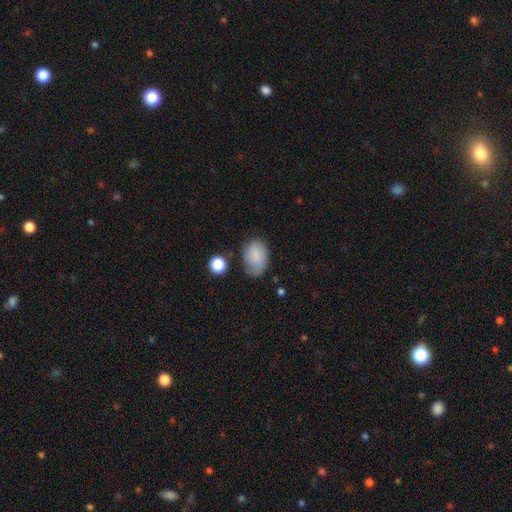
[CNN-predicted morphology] This is clearly a smooth galaxy (80%). How rounded: clearly in between (83%). Merging: possibly none (55%).